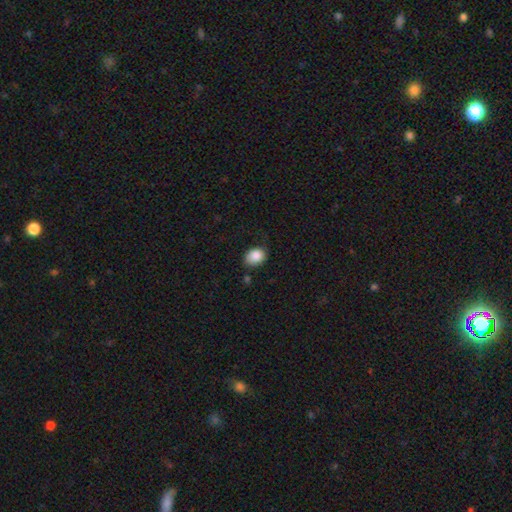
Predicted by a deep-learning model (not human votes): Smooth or featured? Predicted: smooth (p=0.88). How rounded? Predicted: in between (p=0.60). Merging? Predicted: none (p=0.70).